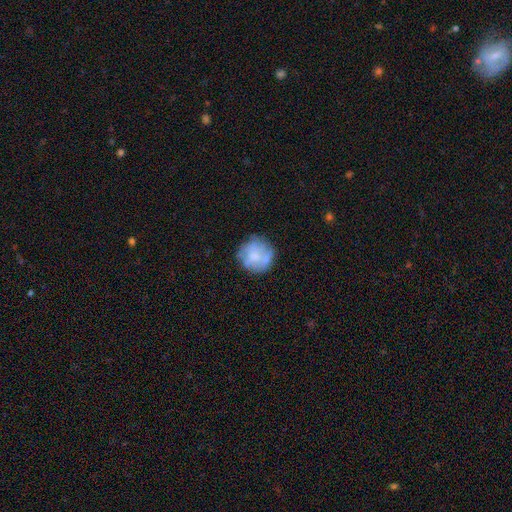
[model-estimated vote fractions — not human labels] A smooth galaxy with no disk features (53%) that is round (91%). Merging: none (71%).